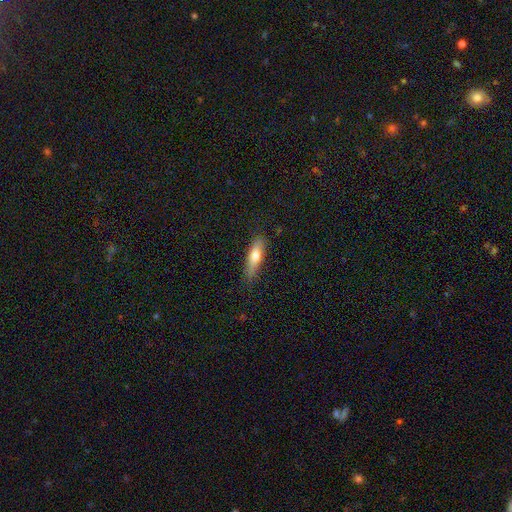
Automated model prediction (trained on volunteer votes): Morphology: type=smooth (67%); roundness=cigar-shaped (59%); merging=none (78%).